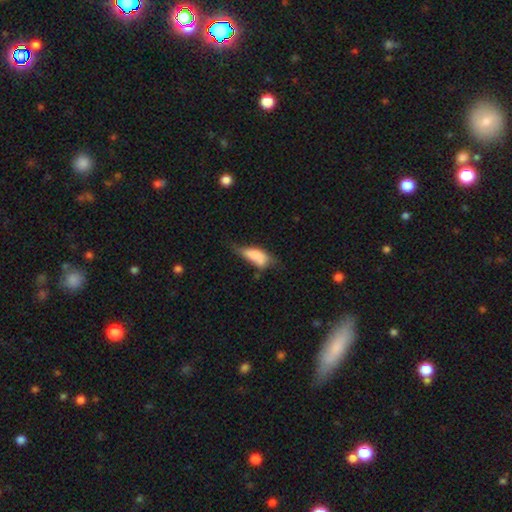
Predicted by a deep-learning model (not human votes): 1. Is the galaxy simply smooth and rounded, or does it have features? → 70% smooth, 23% featured or disk, 8% star or artifact.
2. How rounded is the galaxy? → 75% in between, 22% cigar-shaped, 3% round.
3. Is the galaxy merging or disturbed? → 36% minor disturbance, 28% none, 24% major disturbance, 12% merger.